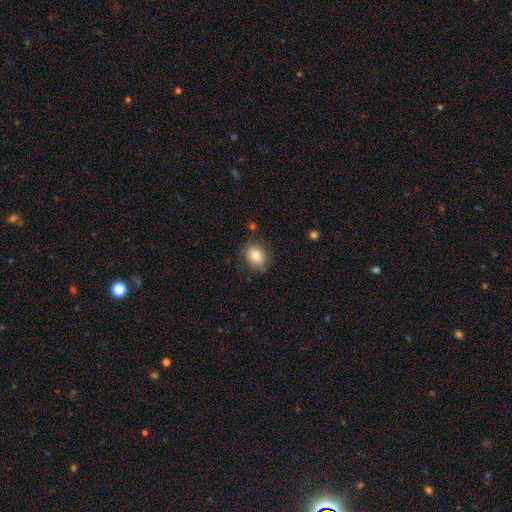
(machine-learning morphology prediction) Smooth or featured: smooth — 81% (featured or disk — 10%)
How rounded: in between — 69% (round — 30%)
Merging: none — 81% (minor disturbance — 14%)